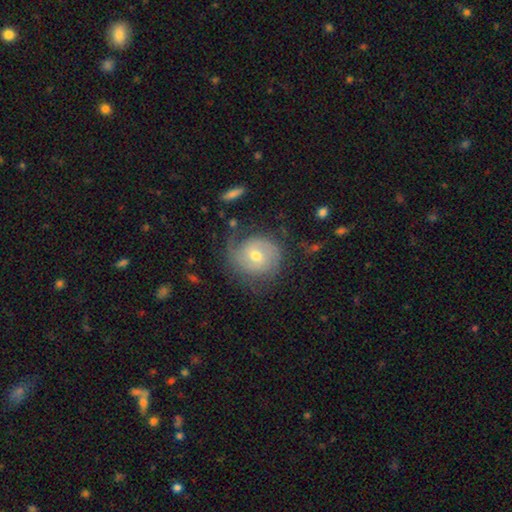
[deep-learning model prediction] Q: Smooth or featured?
A: featured or disk (67%); runner-up: smooth (25%)
Q: Edge-on disk?
A: no (97%); runner-up: yes (3%)
Q: Bar?
A: no (60%); runner-up: weak (34%)
Q: Spiral arms?
A: yes (89%); runner-up: no (11%)
Q: Spiral winding?
A: tight (49%); runner-up: medium (34%)
Q: Spiral arm count?
A: 2 (53%); runner-up: can't tell (21%)
Q: Bulge size?
A: moderate (59%); runner-up: small (36%)
Q: Merging?
A: none (66%); runner-up: minor disturbance (20%)